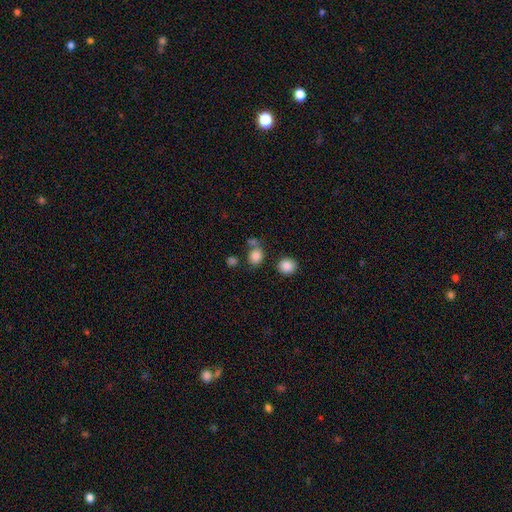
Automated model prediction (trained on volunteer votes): Smooth or featured? Predicted: smooth (p=0.83). How rounded? Predicted: round (p=0.73). Merging? Predicted: none (p=0.63).